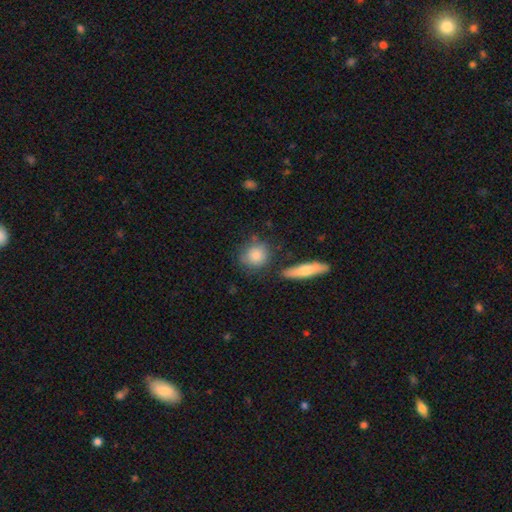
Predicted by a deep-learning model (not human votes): A smooth galaxy with no disk features (82%) that is round (77%). Merging: none (74%).